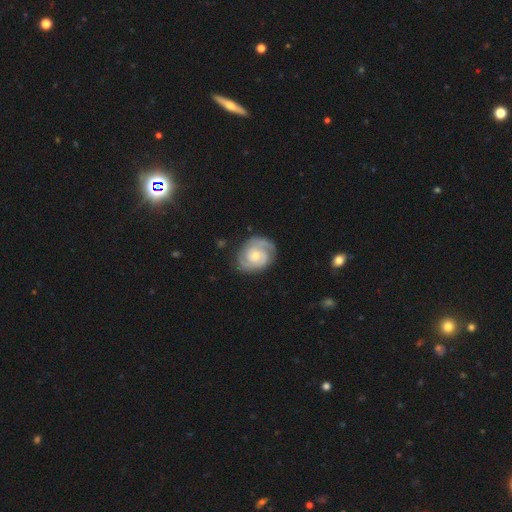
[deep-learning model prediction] This is clearly a featured or disk galaxy (85%). It is clearly not viewed edge-on (98%). Bar: likely no (68%). Spiral arm pattern: clearly yes (97%). Spiral arm count: likely 2 (78%). Spiral winding: possibly tight (58%). Central bulge: possibly moderate (47%, tied with small). Merging: likely none (78%).